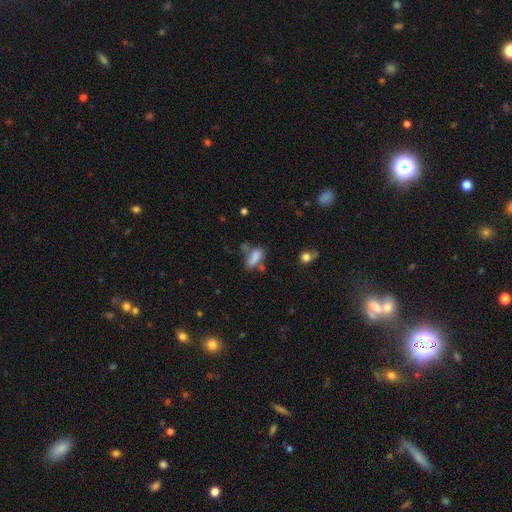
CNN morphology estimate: smooth_or_featured: smooth (p=0.74) [alt: featured or disk p=0.15]
how_rounded: in between (p=0.80) [alt: cigar-shaped p=0.15]
merging: none (p=0.40) [alt: minor disturbance p=0.24]